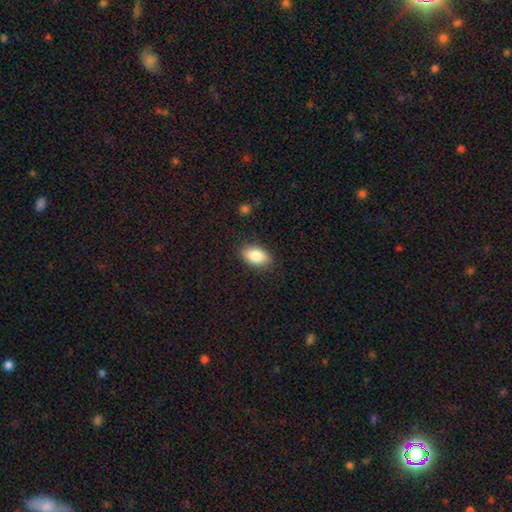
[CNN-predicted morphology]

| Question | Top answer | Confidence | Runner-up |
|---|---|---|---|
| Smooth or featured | smooth | 85% | featured or disk (8%) |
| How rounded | in between | 91% | round (7%) |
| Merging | none | 86% | minor disturbance (11%) |